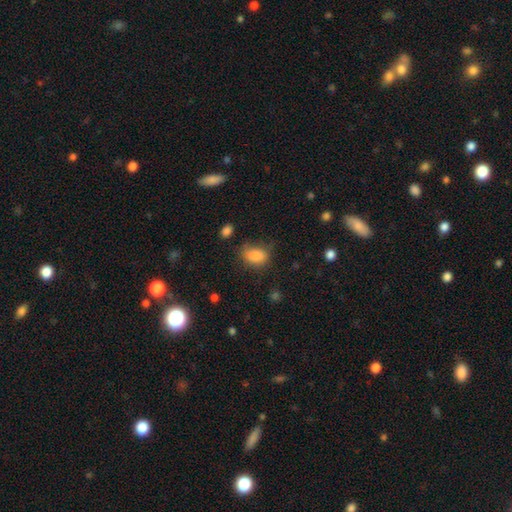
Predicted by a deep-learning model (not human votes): smooth-or-featured: smooth: 85% | star or artifact: 9% | featured or disk: 6%
  how-rounded: in between: 75% | round: 23% | cigar-shaped: 1%
  merging: none: 58% | minor disturbance: 28% | major disturbance: 12% | merger: 2%